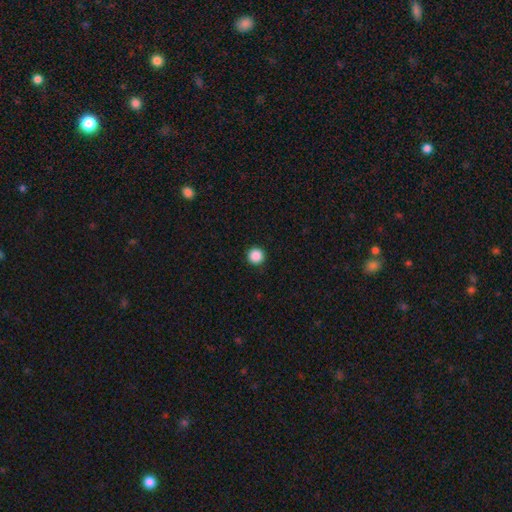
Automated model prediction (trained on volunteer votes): A smooth galaxy with no disk features (88%) that is round (97%).

Vote fractions:
- Smooth or featured? smooth: 88% / star or artifact: 10% / featured or disk: 2%
- How rounded? round: 97% / in between: 2% / cigar-shaped: 1%
- Merging? none: 93% / minor disturbance: 4% / major disturbance: 2% / merger: 1%